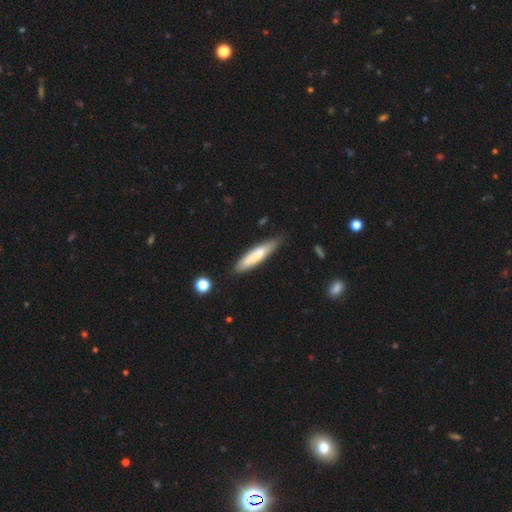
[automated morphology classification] Q: Smooth or featured?
A: smooth (71%); runner-up: featured or disk (23%)
Q: How rounded?
A: cigar-shaped (79%); runner-up: in between (19%)
Q: Merging?
A: none (81%); runner-up: minor disturbance (14%)